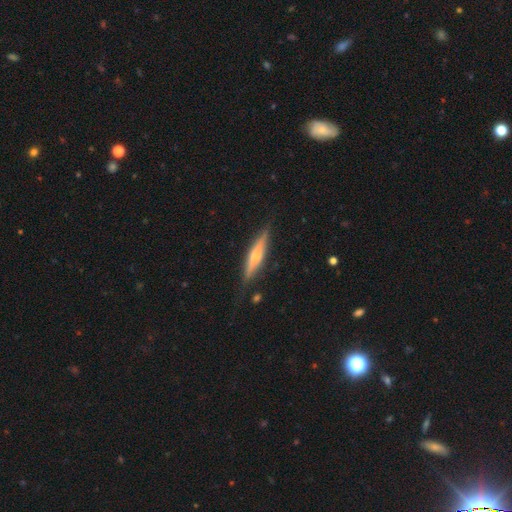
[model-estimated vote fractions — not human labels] Morphology: type=featured or disk (61%); edge-on=yes (95%); edge-on bulge=rounded (87%); merging=none (84%).